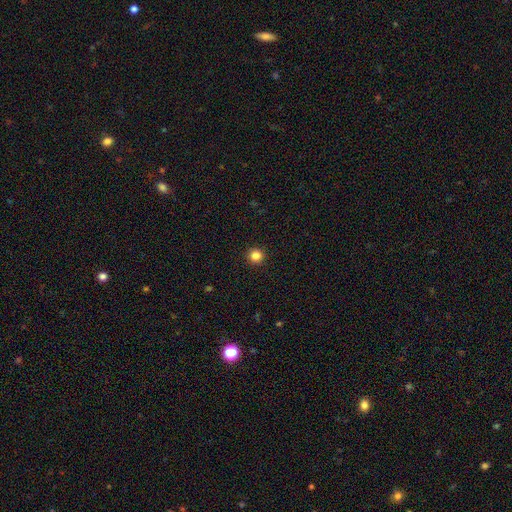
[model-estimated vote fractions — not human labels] Smooth or featured: smooth — 84% (star or artifact — 12%)
How rounded: round — 95% (in between — 4%)
Merging: none — 93% (minor disturbance — 4%)